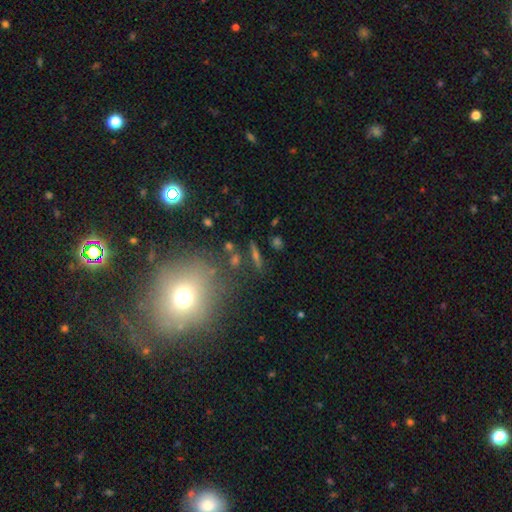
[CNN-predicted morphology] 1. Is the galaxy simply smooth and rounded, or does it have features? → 45% smooth, 28% featured or disk, 27% star or artifact.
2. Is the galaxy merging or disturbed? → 81% none, 10% minor disturbance, 5% merger, 5% major disturbance.